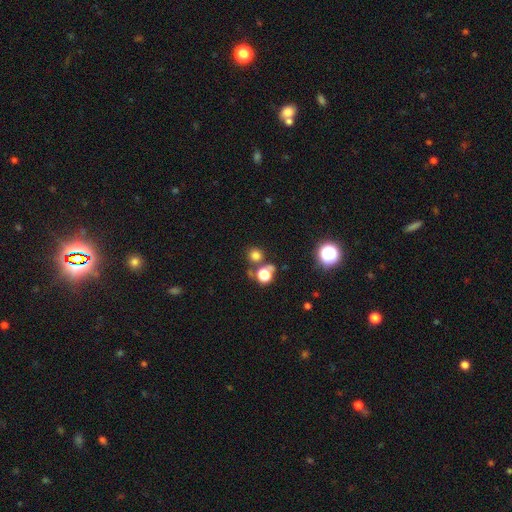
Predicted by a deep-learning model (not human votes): Smooth or featured? smooth (73%)
How rounded? round (91%)
Merging? none (70%)